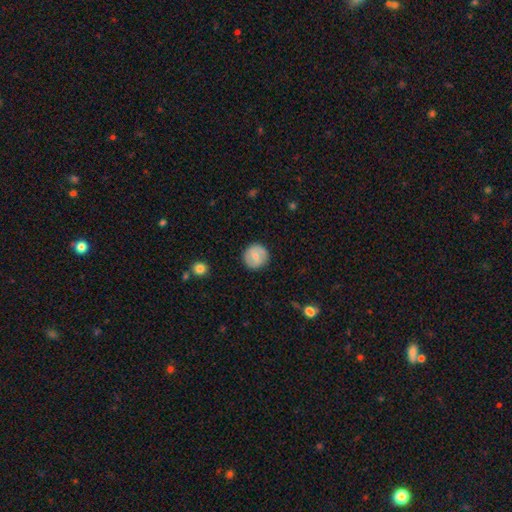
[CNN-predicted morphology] Smooth or featured? Predicted: smooth (p=0.57). How rounded? Predicted: round (p=0.93). Merging? Predicted: none (p=0.88).